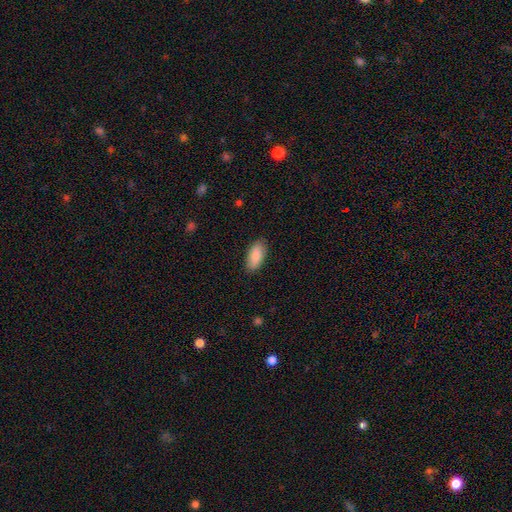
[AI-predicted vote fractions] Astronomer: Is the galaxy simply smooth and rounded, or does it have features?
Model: smooth — 88%.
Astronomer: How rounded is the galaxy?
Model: in between — 89%.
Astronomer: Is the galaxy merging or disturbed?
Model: none — 87%.